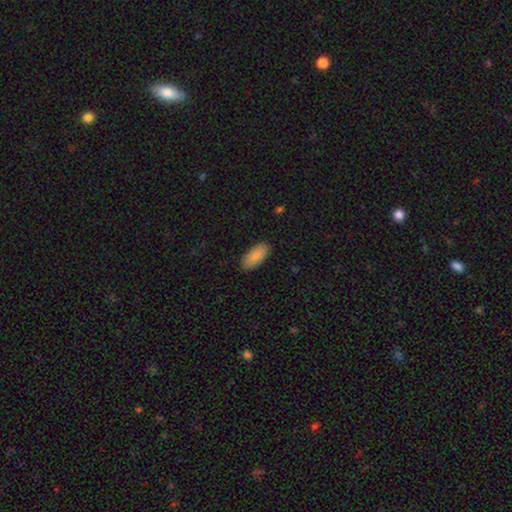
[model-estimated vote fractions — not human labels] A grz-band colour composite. It shows a smooth galaxy with no disk features (89%) that is in between round and cigar-shaped (91%). Merging: none (89%).